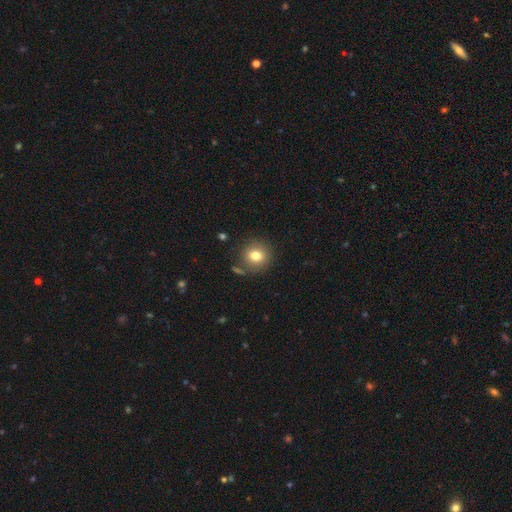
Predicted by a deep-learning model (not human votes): Smooth or featured? Predicted: smooth (p=0.78). How rounded? Predicted: round (p=0.90). Merging? Predicted: none (p=0.82).